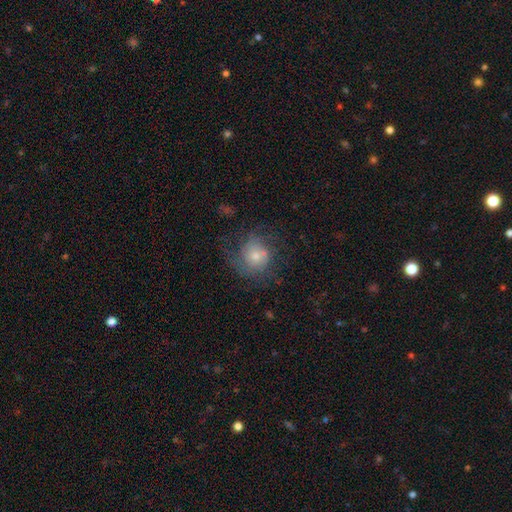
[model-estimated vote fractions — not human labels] Smooth or featured? featured or disk (45%)
Merging? none (56%)